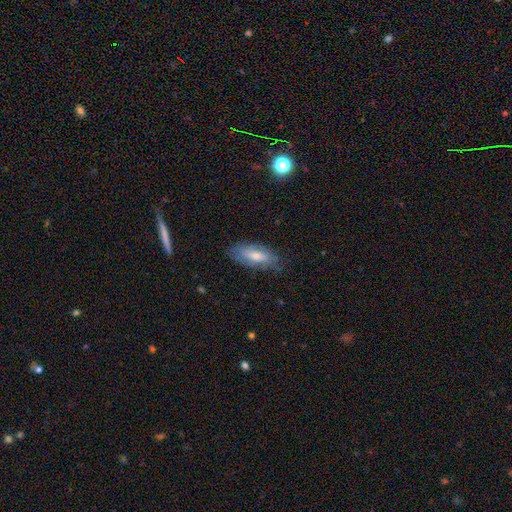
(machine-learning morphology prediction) smooth 57%, featured or disk 35%, star or artifact 8%. Down the decision tree: how rounded — in between (71%); merging — none (76%).